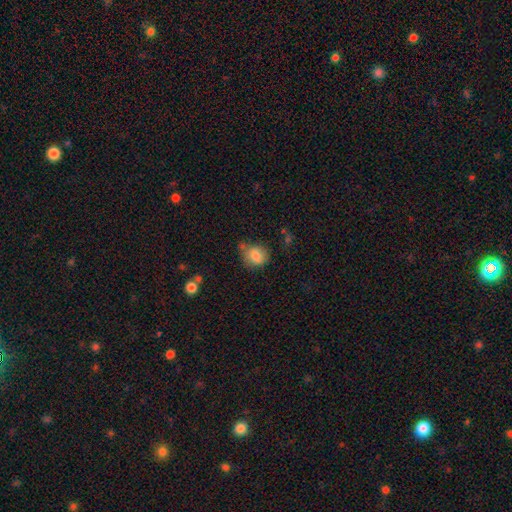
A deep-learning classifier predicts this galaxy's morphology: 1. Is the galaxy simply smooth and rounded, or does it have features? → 82% smooth, 9% star or artifact, 9% featured or disk.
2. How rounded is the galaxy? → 77% round, 22% in between, 1% cigar-shaped.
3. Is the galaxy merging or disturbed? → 64% none, 22% minor disturbance, 9% merger, 5% major disturbance.